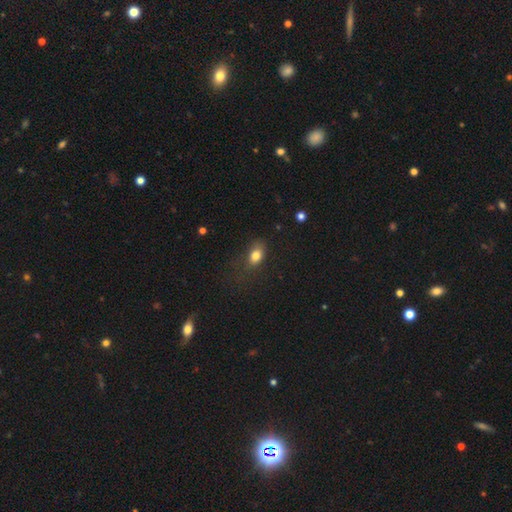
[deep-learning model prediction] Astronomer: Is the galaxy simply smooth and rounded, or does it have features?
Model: smooth — 80%.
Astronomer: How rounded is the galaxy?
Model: in between — 79%.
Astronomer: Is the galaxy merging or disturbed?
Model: none — 53%.